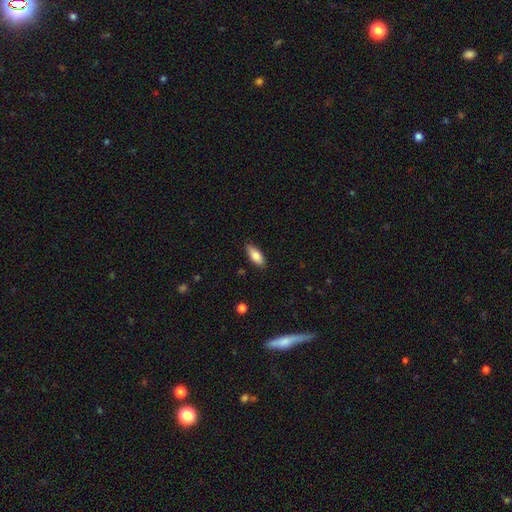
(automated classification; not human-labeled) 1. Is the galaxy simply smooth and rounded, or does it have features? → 80% smooth, 13% featured or disk, 6% star or artifact.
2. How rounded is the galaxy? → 79% in between, 19% cigar-shaped, 2% round.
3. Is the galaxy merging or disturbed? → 86% none, 11% minor disturbance, 2% major disturbance, 1% merger.